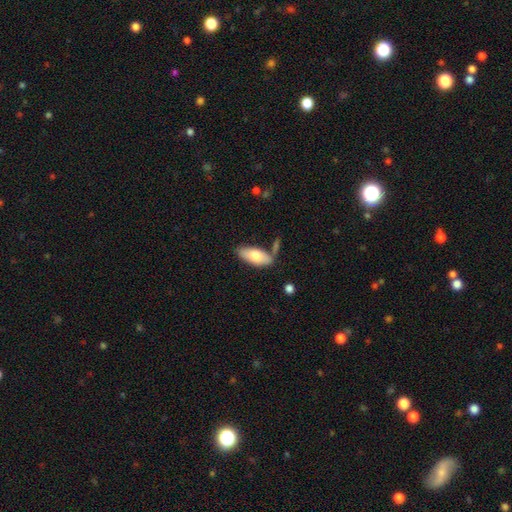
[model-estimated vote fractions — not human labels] Smooth or featured? Predicted: smooth (p=0.72). How rounded? Predicted: in between (p=0.83). Merging? Predicted: none (p=0.68).